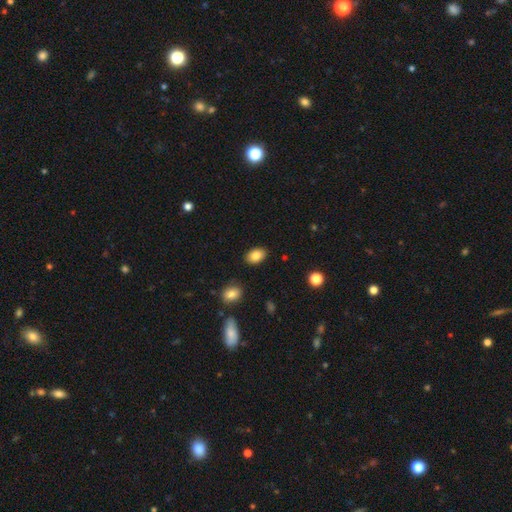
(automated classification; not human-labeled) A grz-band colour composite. It shows a smooth galaxy with no disk features (85%) that is in between round and cigar-shaped (85%). Merging: none (87%).